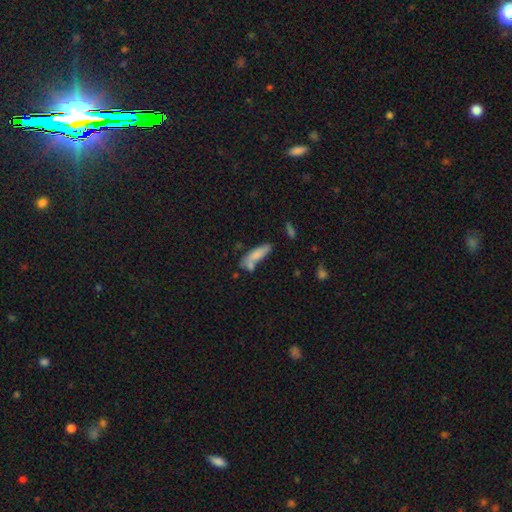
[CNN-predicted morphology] The model was most divided on "how rounded": cigar-shaped: 60%, in between: 38%, round: 2%. Remaining: smooth or featured — smooth (75%); merging — none (50%).